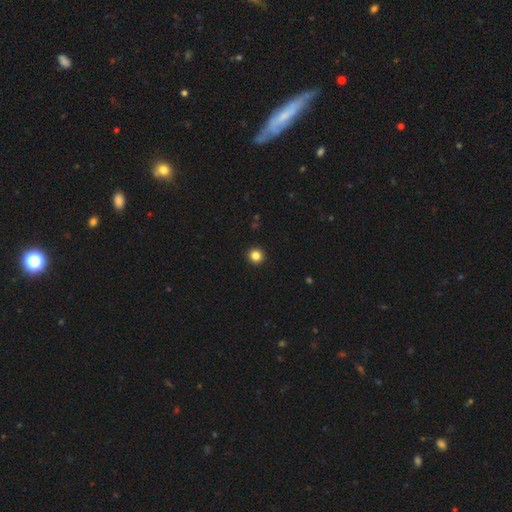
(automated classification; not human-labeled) Smooth or featured?
  - smooth: 85% *
  - star or artifact: 11%
  - featured or disk: 4%
How rounded?
  - round: 94% *
  - in between: 5%
  - cigar-shaped: 1%
Merging?
  - none: 94% *
  - minor disturbance: 4%
  - major disturbance: 1%
  - merger: 1%